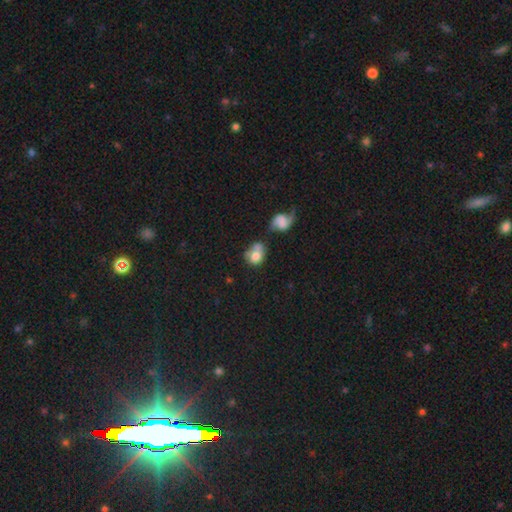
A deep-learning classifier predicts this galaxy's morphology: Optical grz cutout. It shows a smooth galaxy with no disk features (69%) that is in between round and cigar-shaped (54%). Merging: merger (38%).